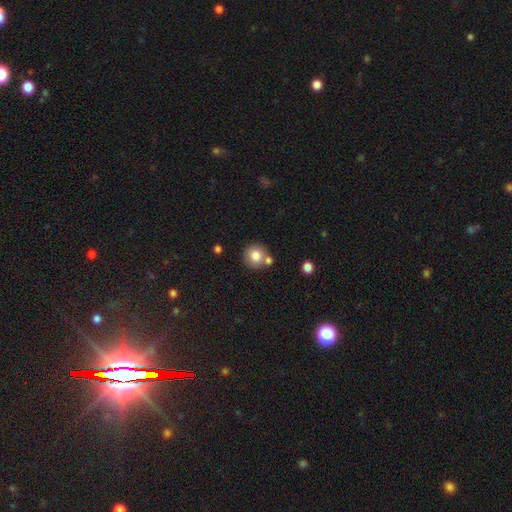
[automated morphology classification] This appears to be a smooth galaxy with no disk features (80%) that is round (92%). Merging: none (68%).